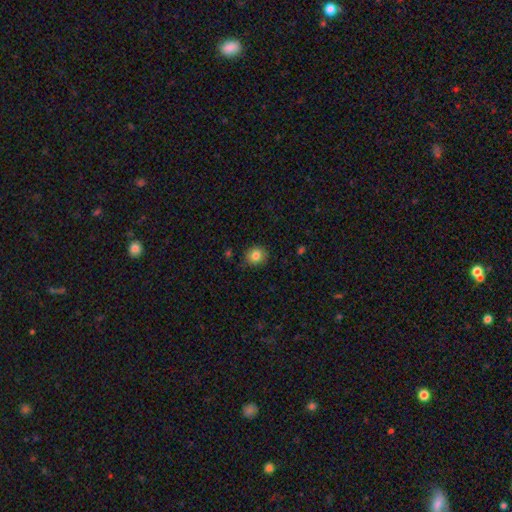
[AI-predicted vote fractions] Q: Smooth or featured?
A: smooth (83%); runner-up: star or artifact (10%)
Q: How rounded?
A: round (83%); runner-up: in between (16%)
Q: Merging?
A: none (83%); runner-up: minor disturbance (13%)